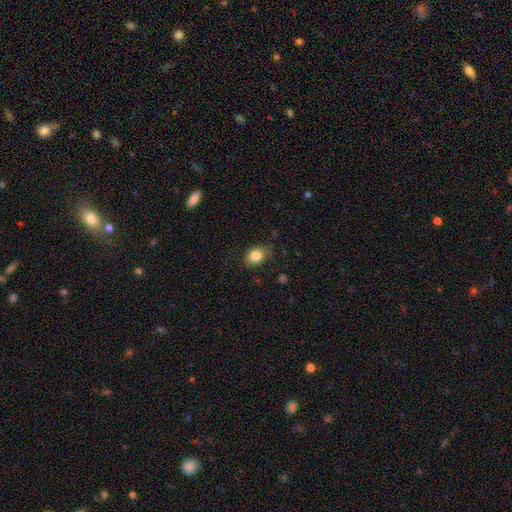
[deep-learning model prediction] This appears to be a smooth galaxy with no disk features (84%) that is in between round and cigar-shaped (77%). Merging: none (80%).